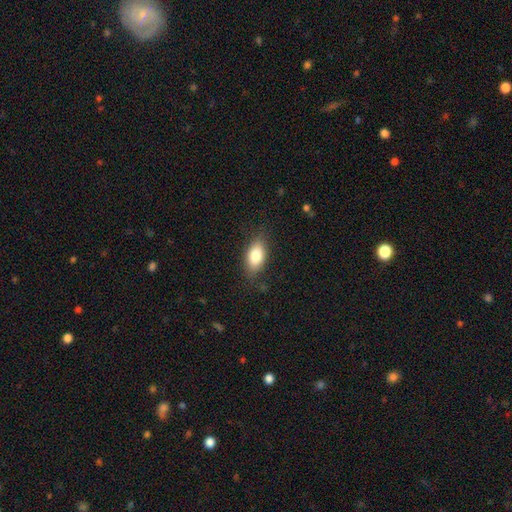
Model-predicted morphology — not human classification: type=smooth (81%); roundness=in between (88%); merging=none (81%).